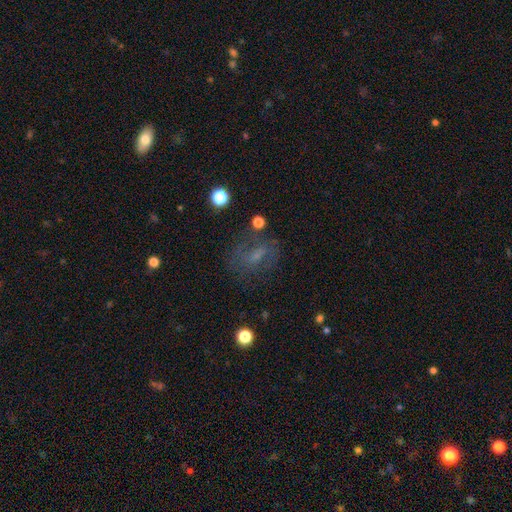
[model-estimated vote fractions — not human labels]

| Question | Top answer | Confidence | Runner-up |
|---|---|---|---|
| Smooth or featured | featured or disk | 45% | smooth (34%) |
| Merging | none | 61% | minor disturbance (18%) |